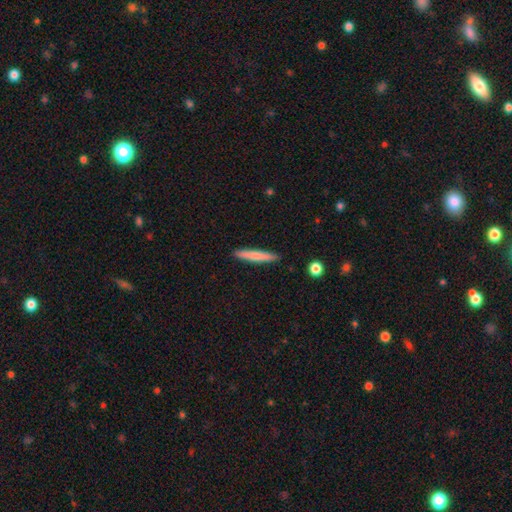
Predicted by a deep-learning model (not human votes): This is likely a smooth galaxy (75%). How rounded: clearly cigar-shaped (94%). Merging: clearly none (90%).